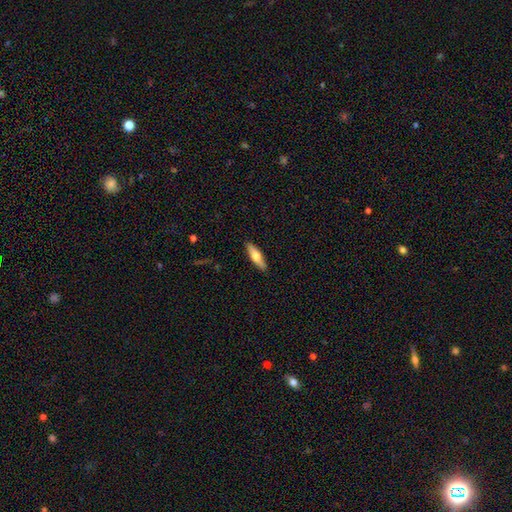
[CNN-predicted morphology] Smooth or featured? smooth (57%)
How rounded? cigar-shaped (63%)
Merging? none (90%)